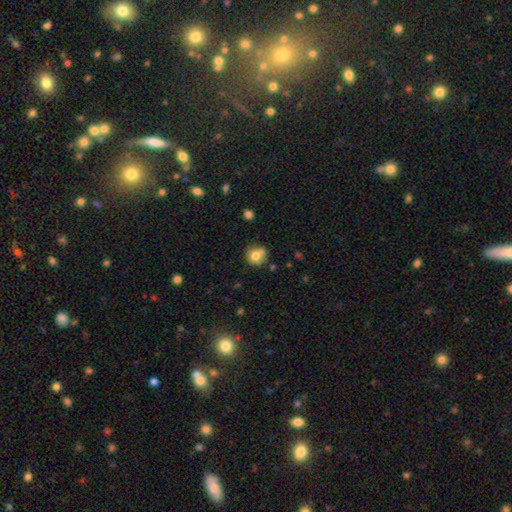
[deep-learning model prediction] smooth 76%, featured or disk 13%, star or artifact 11%. Down the decision tree: how rounded — round (90%); merging — none (69%).